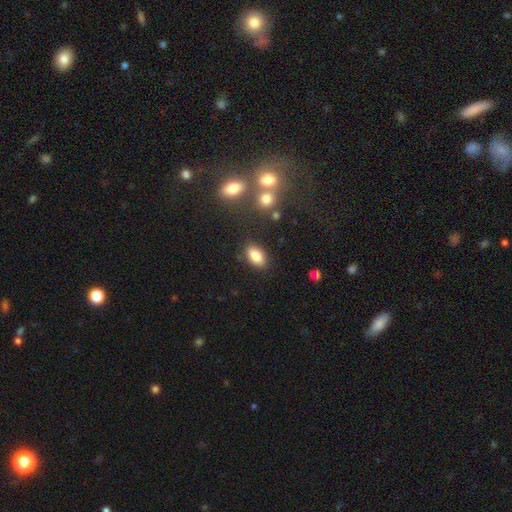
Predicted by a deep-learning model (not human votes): smooth-or-featured: smooth: 84% | star or artifact: 9% | featured or disk: 8%
  how-rounded: in between: 90% | round: 7% | cigar-shaped: 3%
  merging: none: 84% | minor disturbance: 10% | major disturbance: 3% | merger: 3%